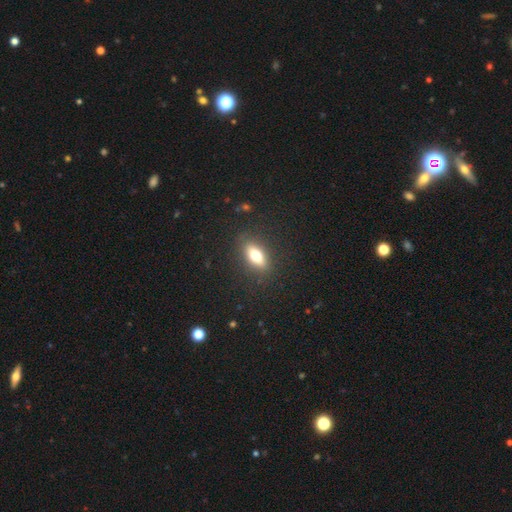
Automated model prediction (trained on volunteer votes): smooth_or_featured: smooth (p=0.69) [alt: featured or disk p=0.22]
how_rounded: in between (p=0.74) [alt: cigar-shaped p=0.20]
merging: none (p=0.87) [alt: minor disturbance p=0.09]